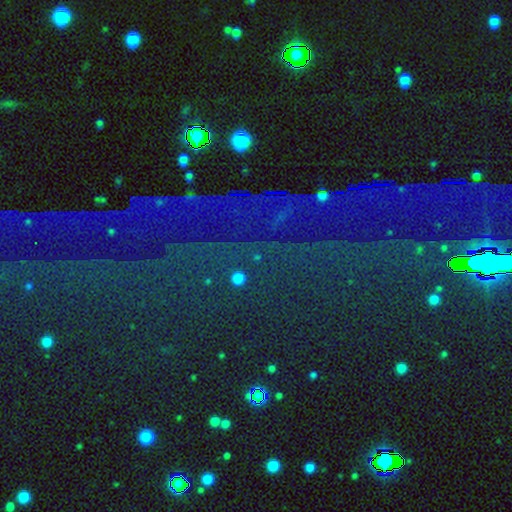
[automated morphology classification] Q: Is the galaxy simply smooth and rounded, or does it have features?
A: star or artifact — 83%.